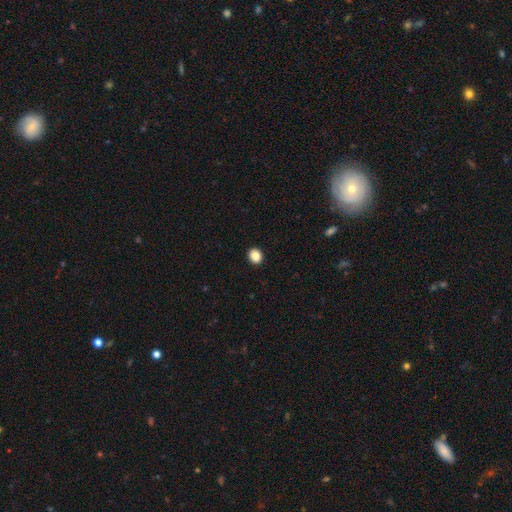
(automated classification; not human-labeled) Smooth or featured? smooth (88%)
How rounded? round (62%)
Merging? none (92%)